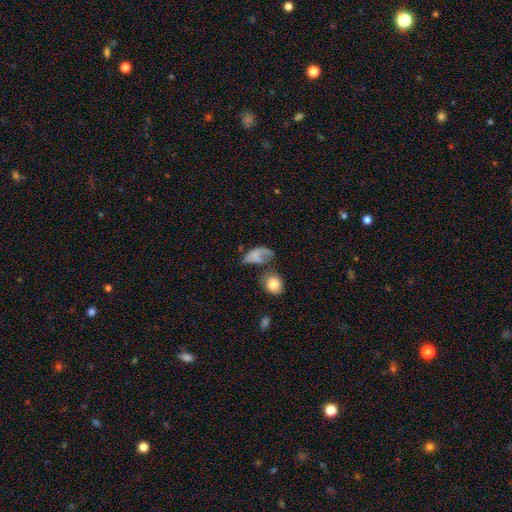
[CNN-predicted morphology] This is likely a smooth galaxy (60%). How rounded: clearly in between (84%). Merging: marginally major disturbance (37%).